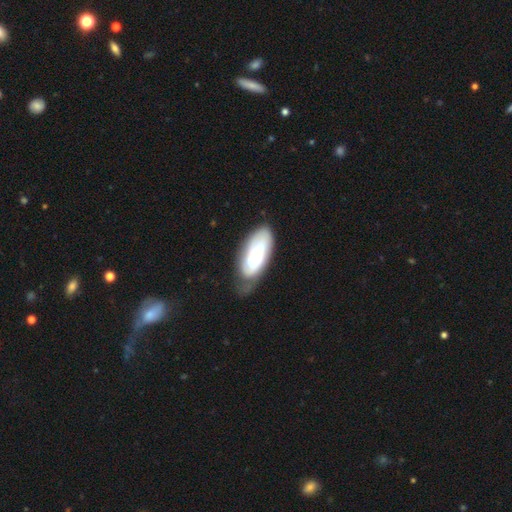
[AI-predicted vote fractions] This appears to be a featured or disk galaxy (57%) with no bar (80%), spiral arms (65%) and a moderate central bulge (47%). Merging: none (46%).